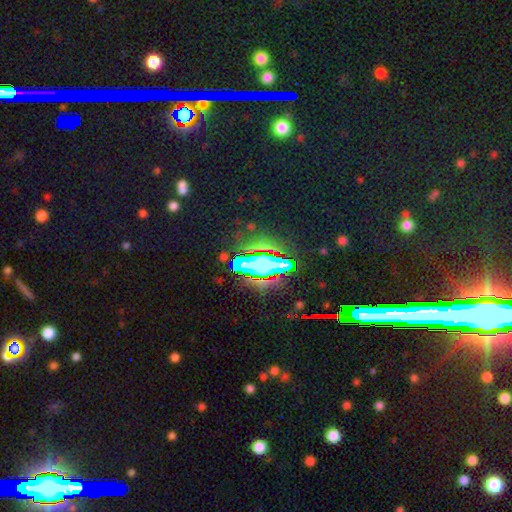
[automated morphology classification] star or artifact 75%, featured or disk 13%, smooth 12%.